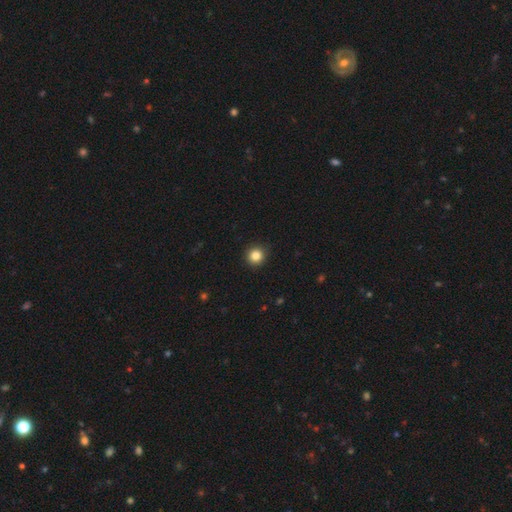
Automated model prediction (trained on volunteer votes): This is clearly a smooth galaxy (84%). How rounded: clearly round (94%). Merging: clearly none (92%).